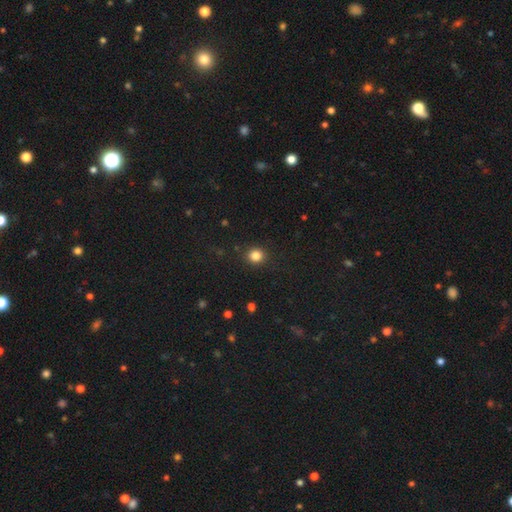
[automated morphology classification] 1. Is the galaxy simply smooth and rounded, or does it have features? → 84% smooth, 12% star or artifact, 4% featured or disk.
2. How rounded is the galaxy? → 85% round, 14% in between, 1% cigar-shaped.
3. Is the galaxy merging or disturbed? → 90% none, 7% minor disturbance, 2% major disturbance, 1% merger.